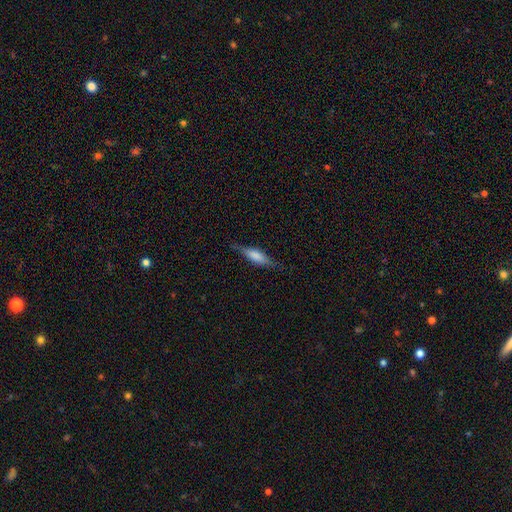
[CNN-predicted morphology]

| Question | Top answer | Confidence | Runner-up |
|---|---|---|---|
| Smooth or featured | smooth | 52% | featured or disk (41%) |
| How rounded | cigar-shaped | 59% | in between (39%) |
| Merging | none | 77% | minor disturbance (17%) |